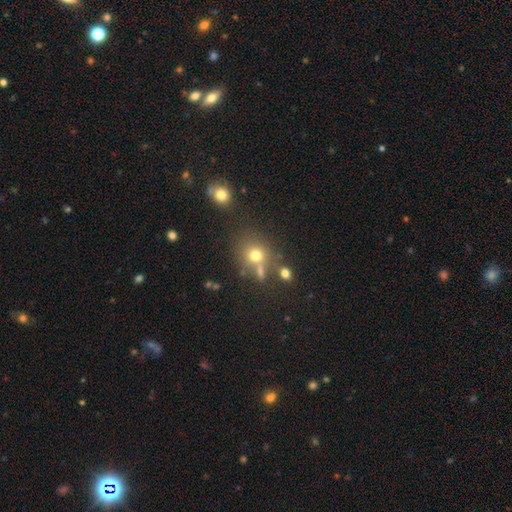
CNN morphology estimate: This is likely a smooth galaxy (70%). How rounded: likely round (79%). Merging: likely none (61%).